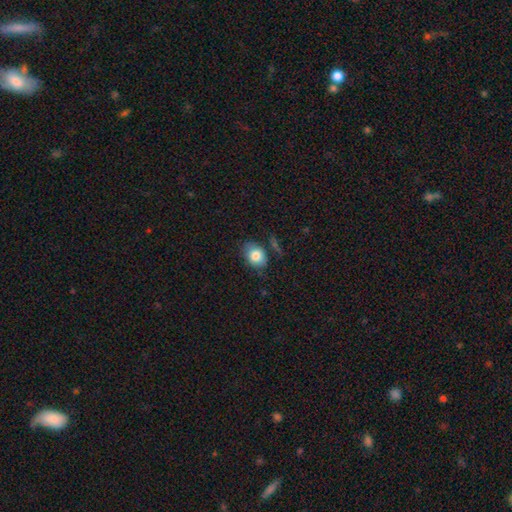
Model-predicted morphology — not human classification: Smooth or featured: smooth — 81% (featured or disk — 10%)
How rounded: in between — 70% (round — 29%)
Merging: none — 69% (minor disturbance — 21%)